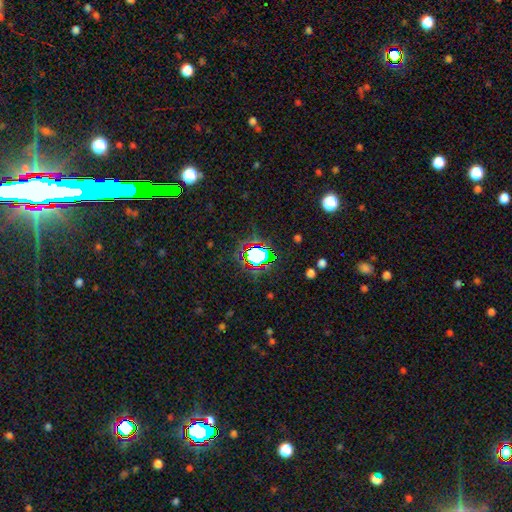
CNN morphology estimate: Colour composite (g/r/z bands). It shows a star or artifact, not a galaxy (58%).